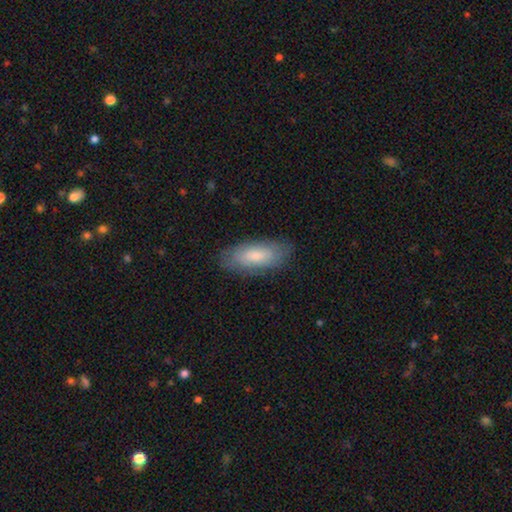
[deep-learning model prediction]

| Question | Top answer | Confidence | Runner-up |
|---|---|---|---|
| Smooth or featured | smooth | 70% | featured or disk (24%) |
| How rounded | in between | 80% | cigar-shaped (18%) |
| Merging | none | 80% | minor disturbance (15%) |